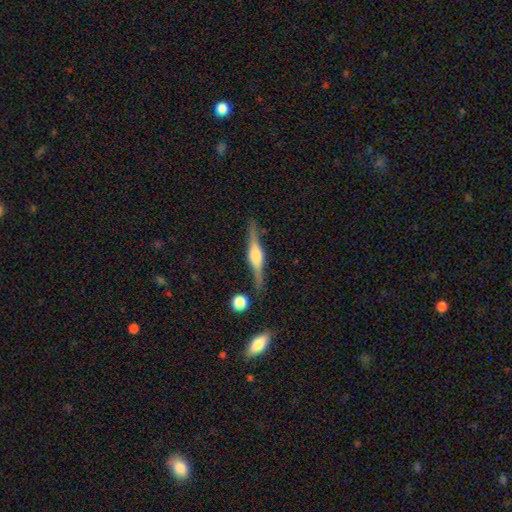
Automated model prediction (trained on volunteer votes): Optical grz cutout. It shows a featured or disk galaxy (78%) viewed edge-on (97%) with a rounded central bulge (77%). Merging: none (83%).